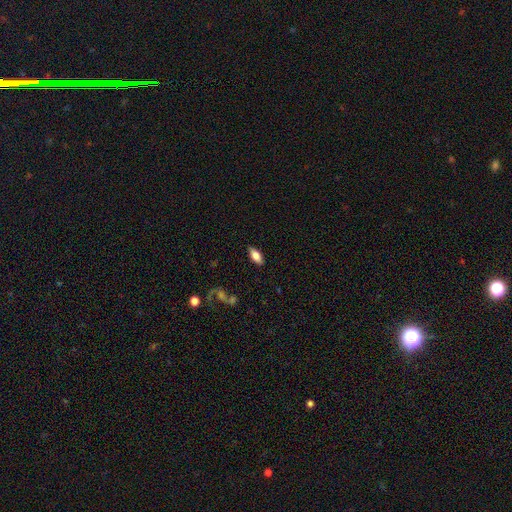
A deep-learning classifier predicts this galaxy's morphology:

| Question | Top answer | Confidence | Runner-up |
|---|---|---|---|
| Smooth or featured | smooth | 71% | featured or disk (22%) |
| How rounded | in between | 83% | cigar-shaped (14%) |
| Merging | none | 87% | minor disturbance (9%) |